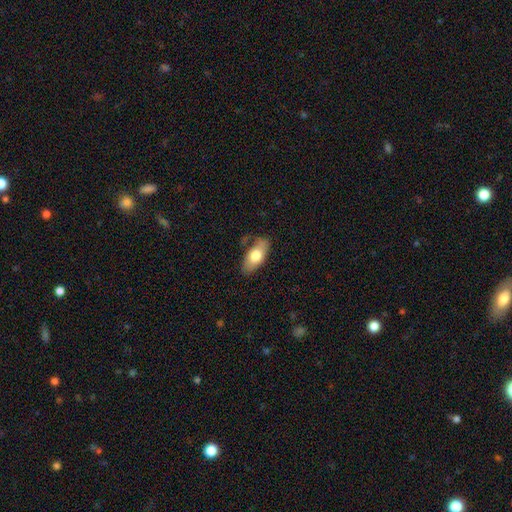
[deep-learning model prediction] A smooth galaxy with no disk features (71%) that is in between round and cigar-shaped (87%). Merging: none (71%).